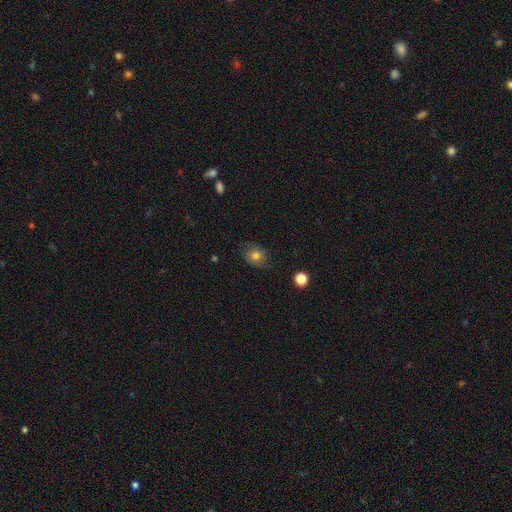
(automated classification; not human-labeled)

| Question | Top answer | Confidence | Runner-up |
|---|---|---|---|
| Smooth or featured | smooth | 69% | featured or disk (19%) |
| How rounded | round | 57% | in between (42%) |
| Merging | none | 73% | minor disturbance (19%) |